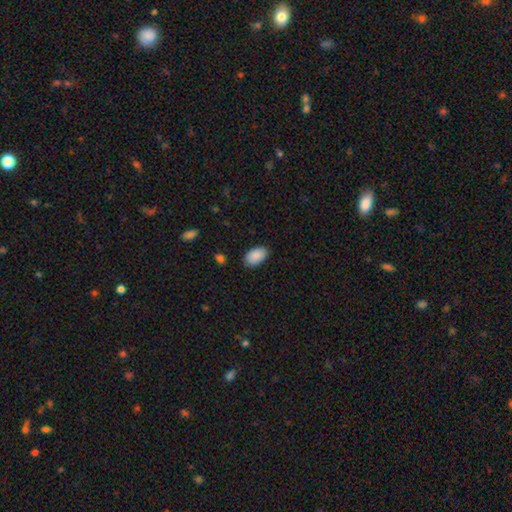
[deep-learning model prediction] Smooth or featured: smooth — 89% (star or artifact — 7%)
How rounded: in between — 94% (round — 5%)
Merging: none — 86% (minor disturbance — 11%)